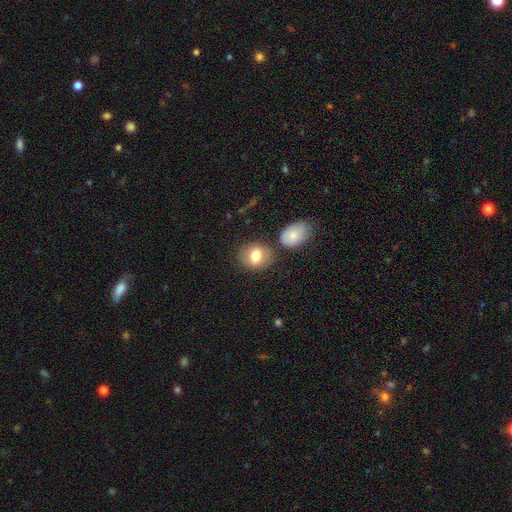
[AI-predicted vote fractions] This appears to be a smooth galaxy with no disk features (78%) that is round (53%). Merging: none (71%).